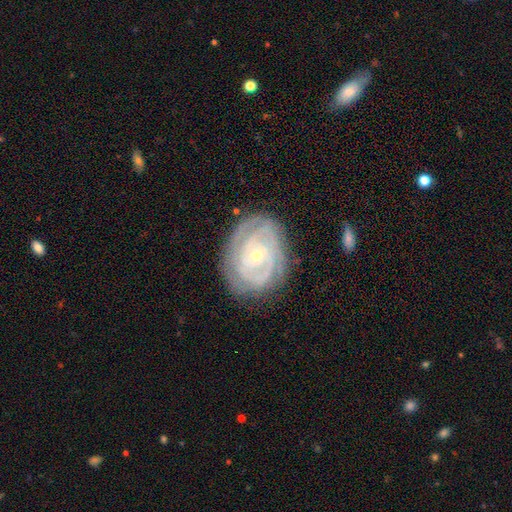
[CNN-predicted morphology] The model was most divided on "spiral arm count": can't tell: 32%, 2: 26%, 3: 20%, 4: 10%, more than 4: 6%, 1: 6%. More confident: edge-on disk — no (97%); spiral arms — yes (94%); smooth or featured — featured or disk (85%); spiral winding — tight (79%); bulge size — small (78%); merging — none (76%); bar — no (67%).